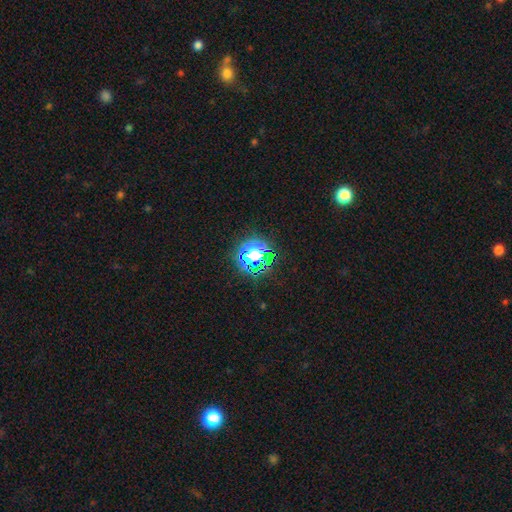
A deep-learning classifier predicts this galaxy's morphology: The model was most divided on "smooth or featured": star or artifact: 66%, smooth: 24%, featured or disk: 11%.